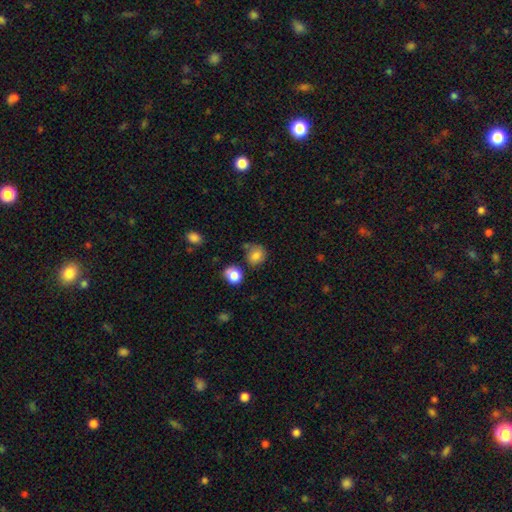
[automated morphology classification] This is clearly a smooth galaxy (81%). How rounded: likely round (72%). Merging: likely none (62%).